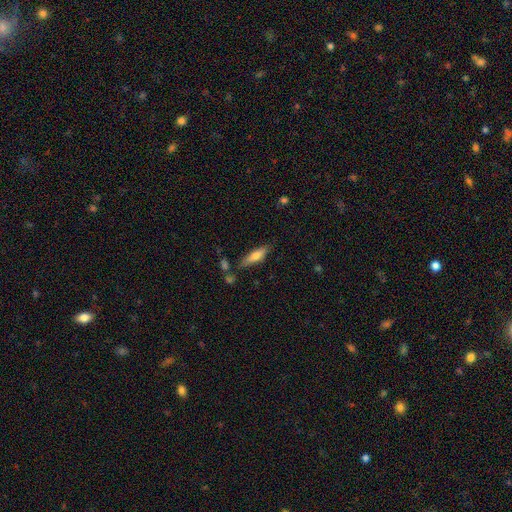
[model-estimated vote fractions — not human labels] This is likely a smooth galaxy (69%). How rounded: possibly cigar-shaped (60%). Merging: likely none (75%).